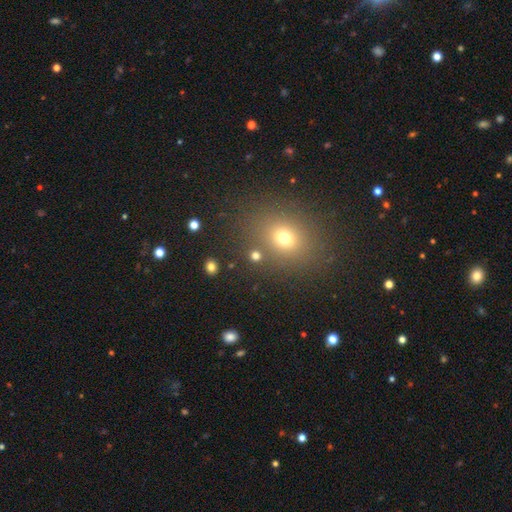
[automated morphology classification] Smooth or featured?
  - smooth: 71% *
  - star or artifact: 20%
  - featured or disk: 8%
How rounded?
  - round: 75% *
  - in between: 24%
  - cigar-shaped: 1%
Merging?
  - none: 80% *
  - merger: 8%
  - minor disturbance: 8%
  - major disturbance: 4%